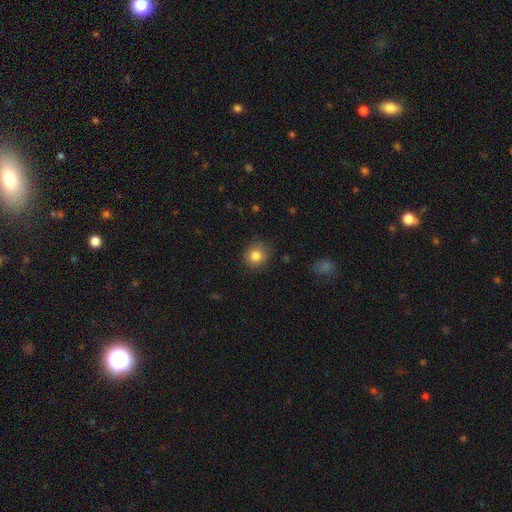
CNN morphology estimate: This is clearly a smooth galaxy (84%). How rounded: clearly round (81%). Merging: clearly none (84%).